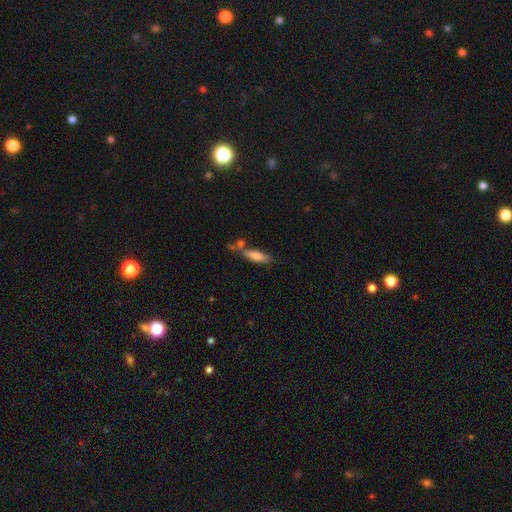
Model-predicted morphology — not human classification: This is likely a smooth galaxy (77%). How rounded: possibly cigar-shaped (57%). Merging: possibly none (55%).